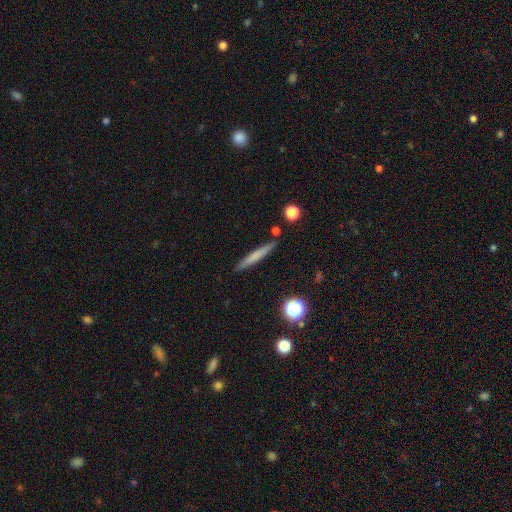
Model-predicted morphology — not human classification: A smooth galaxy with no disk features (64%) that is cigar-shaped (95%). Merging: none (87%).